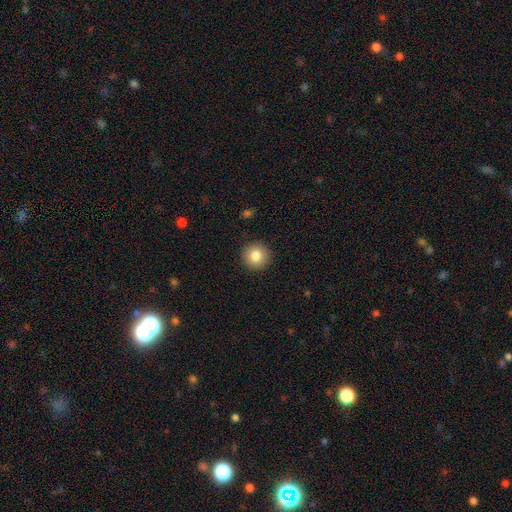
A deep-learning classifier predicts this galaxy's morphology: A smooth galaxy with no disk features (83%) that is round (94%).

Vote fractions:
- Smooth or featured? smooth: 83% / star or artifact: 9% / featured or disk: 8%
- How rounded? round: 94% / in between: 5% / cigar-shaped: 1%
- Merging? none: 92% / minor disturbance: 5% / major disturbance: 2% / merger: 1%